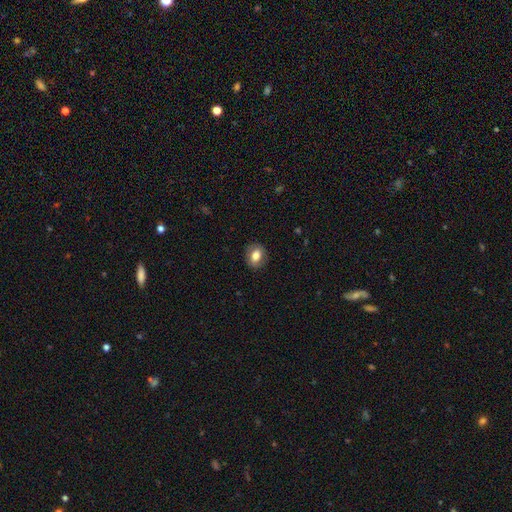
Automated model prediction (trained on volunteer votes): Smooth or featured? smooth (75%)
How rounded? in between (54%)
Merging? none (86%)